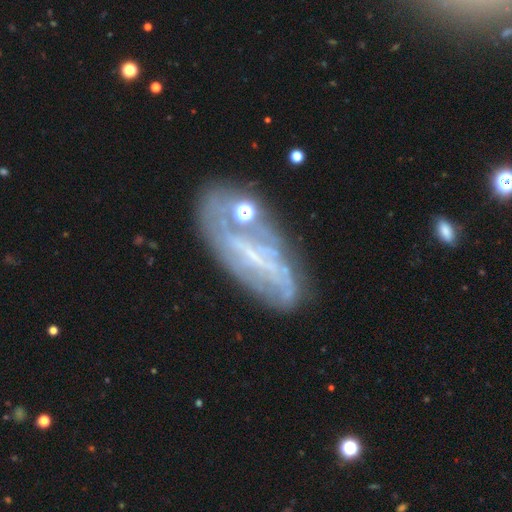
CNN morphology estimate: Smooth or featured? Predicted: featured or disk (p=0.68). Edge-on disk? Predicted: no (p=0.83). Bar? Predicted: strong (p=0.38). Spiral arms? Predicted: yes (p=0.54). Bulge size? Predicted: small (p=0.46). Merging? Predicted: none (p=0.57).